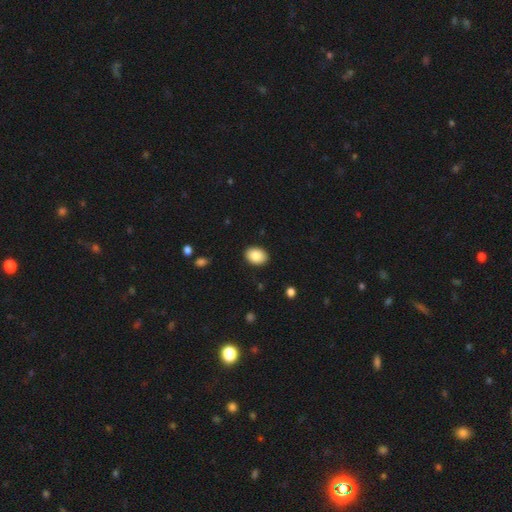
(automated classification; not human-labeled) Smooth or featured: smooth — 87% (star or artifact — 7%)
How rounded: in between — 76% (round — 23%)
Merging: none — 89% (minor disturbance — 8%)